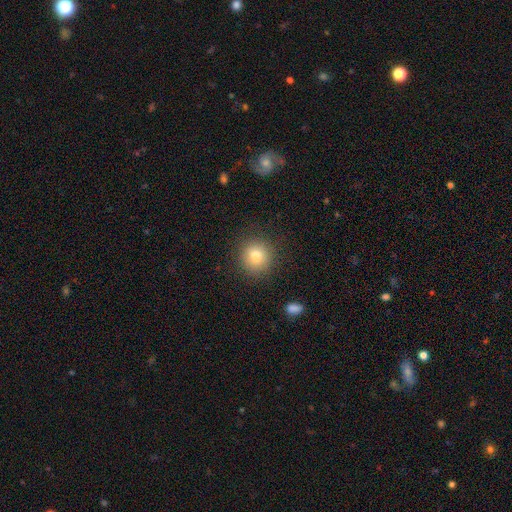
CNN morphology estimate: A smooth galaxy with no disk features (79%) that is round (89%). Merging: none (87%).